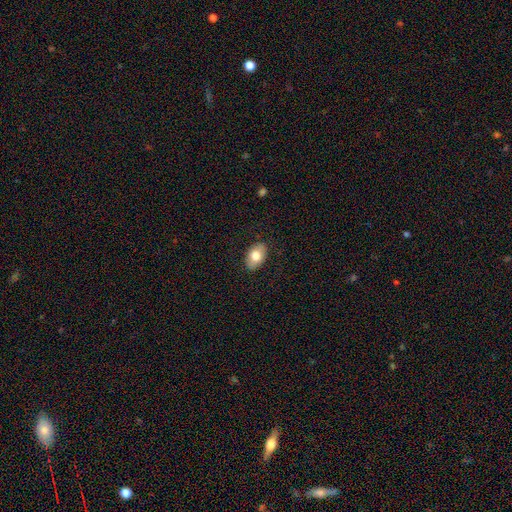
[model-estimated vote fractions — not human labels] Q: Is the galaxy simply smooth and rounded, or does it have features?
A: smooth — 76%.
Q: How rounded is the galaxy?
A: in between — 89%.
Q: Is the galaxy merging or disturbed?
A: none — 86%.